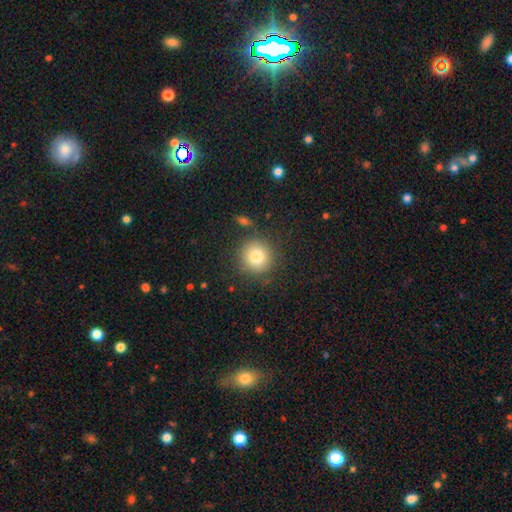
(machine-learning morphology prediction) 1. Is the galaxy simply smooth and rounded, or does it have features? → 80% smooth, 11% star or artifact, 9% featured or disk.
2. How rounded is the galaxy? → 93% round, 6% in between, 1% cigar-shaped.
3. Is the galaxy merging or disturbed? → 85% none, 9% minor disturbance, 3% major disturbance, 3% merger.